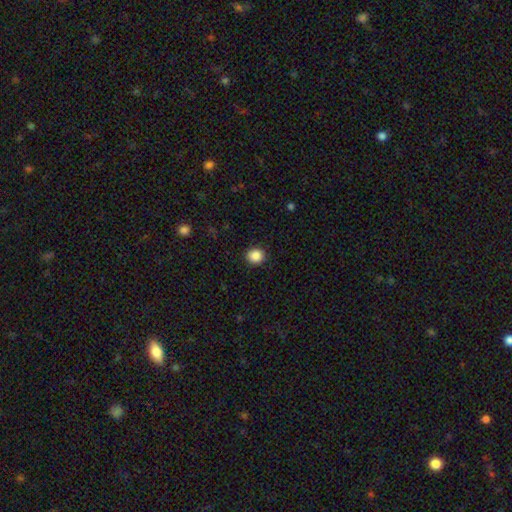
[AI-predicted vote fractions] Overall: smooth (87%). How rounded: round (84%). Merging: none (91%).